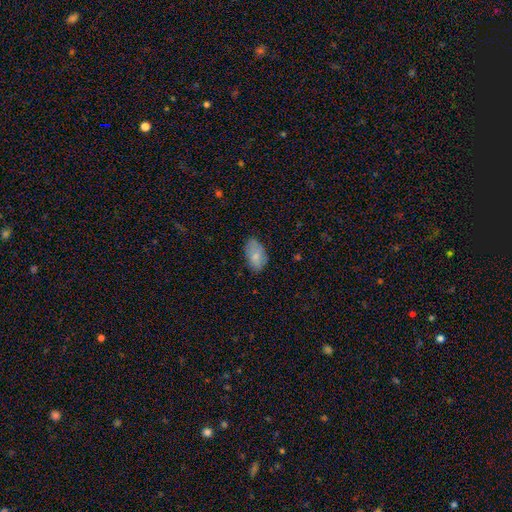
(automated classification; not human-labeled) Smooth or featured? smooth (79%)
How rounded? in between (92%)
Merging? none (71%)